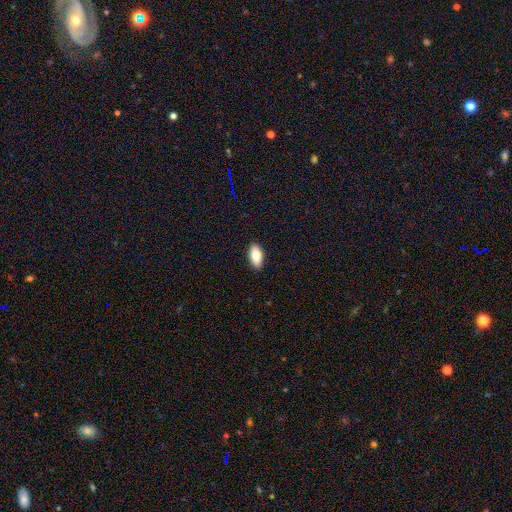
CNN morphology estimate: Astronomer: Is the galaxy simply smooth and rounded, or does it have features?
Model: smooth — 81%.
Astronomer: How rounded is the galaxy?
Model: in between — 89%.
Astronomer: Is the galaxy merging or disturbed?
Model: none — 89%.